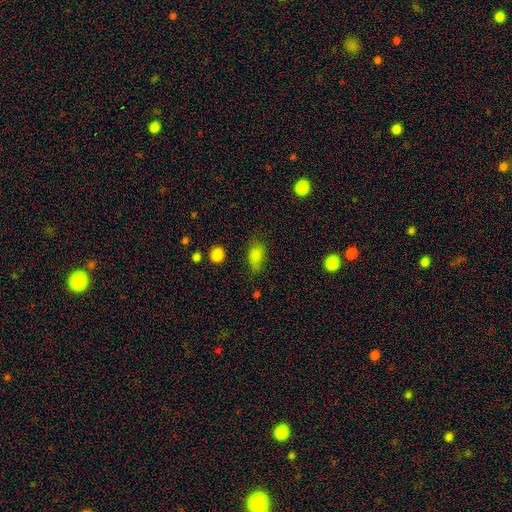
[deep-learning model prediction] Smooth or featured: smooth — 82% (star or artifact — 11%)
How rounded: in between — 86% (round — 10%)
Merging: none — 64% (minor disturbance — 25%)